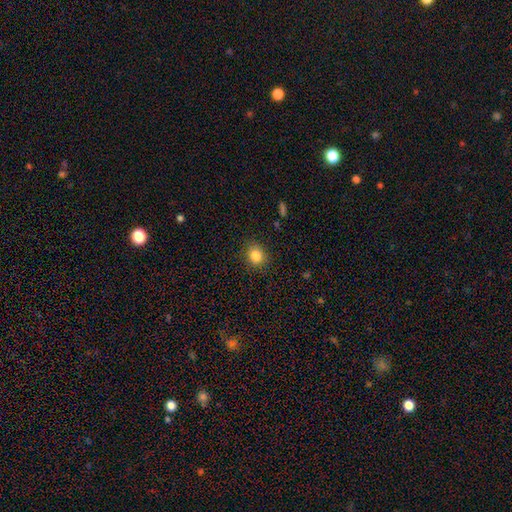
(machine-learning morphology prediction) smooth-or-featured: smooth: 85% | star or artifact: 10% | featured or disk: 5%
  how-rounded: round: 68% | in between: 31% | cigar-shaped: 1%
  merging: none: 86% | minor disturbance: 10% | major disturbance: 3% | merger: 1%